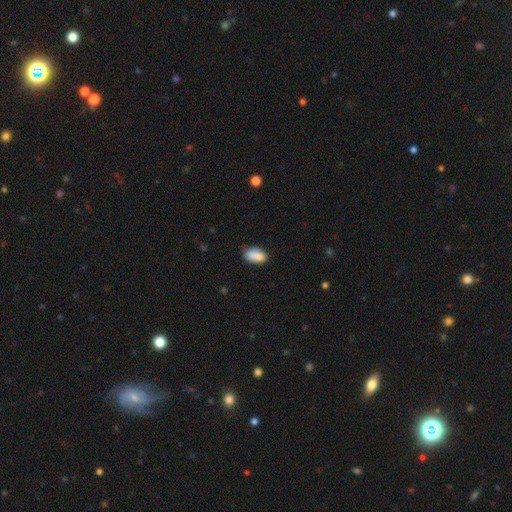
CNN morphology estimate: Smooth or featured?
  - smooth: 86% *
  - star or artifact: 8%
  - featured or disk: 6%
How rounded?
  - in between: 92% *
  - round: 6%
  - cigar-shaped: 3%
Merging?
  - none: 73% *
  - minor disturbance: 20%
  - merger: 4%
  - major disturbance: 3%